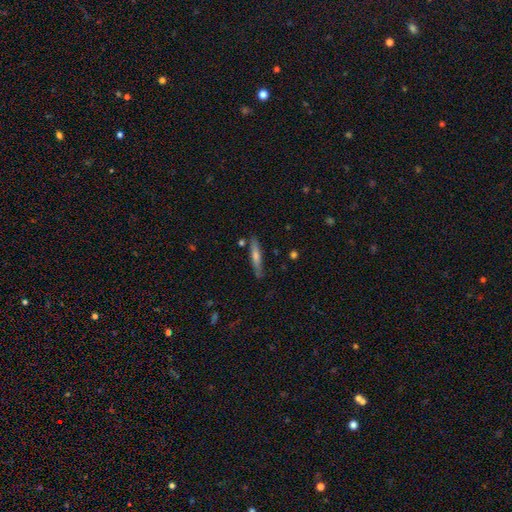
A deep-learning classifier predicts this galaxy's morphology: type=smooth (47%); merging=none (83%).